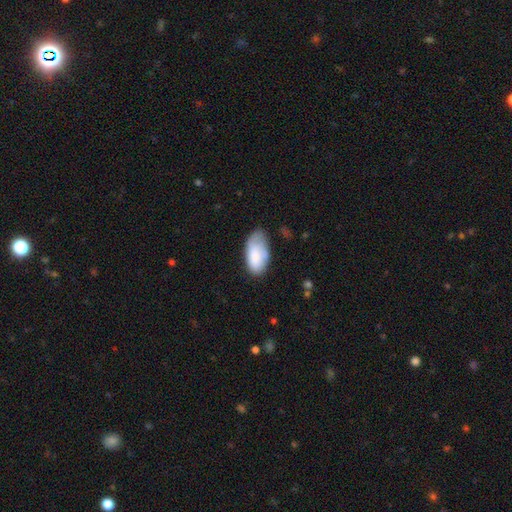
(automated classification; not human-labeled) smooth-or-featured: smooth: 82% | featured or disk: 11% | star or artifact: 6%
  how-rounded: in between: 95% | cigar-shaped: 3% | round: 2%
  merging: none: 52% | minor disturbance: 35% | major disturbance: 10% | merger: 3%